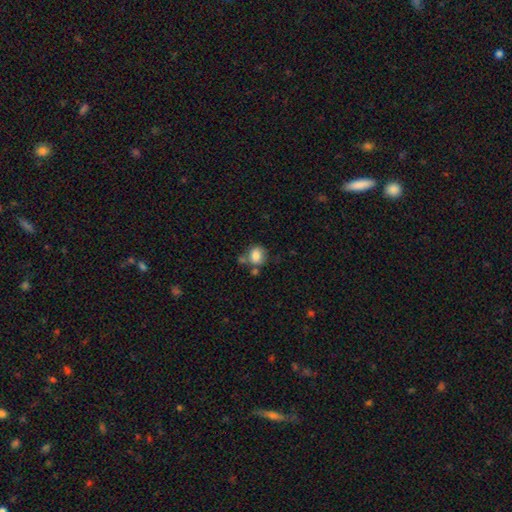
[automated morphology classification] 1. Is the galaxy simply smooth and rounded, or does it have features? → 81% smooth, 10% featured or disk, 9% star or artifact.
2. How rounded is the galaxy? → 67% round, 32% in between, 1% cigar-shaped.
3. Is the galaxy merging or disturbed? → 56% none, 19% merger, 19% minor disturbance, 6% major disturbance.